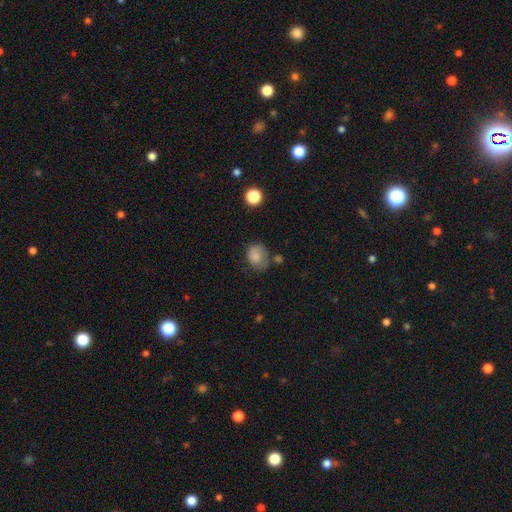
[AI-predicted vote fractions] Morphology: type=smooth (78%); roundness=round (58%); merging=none (53%).